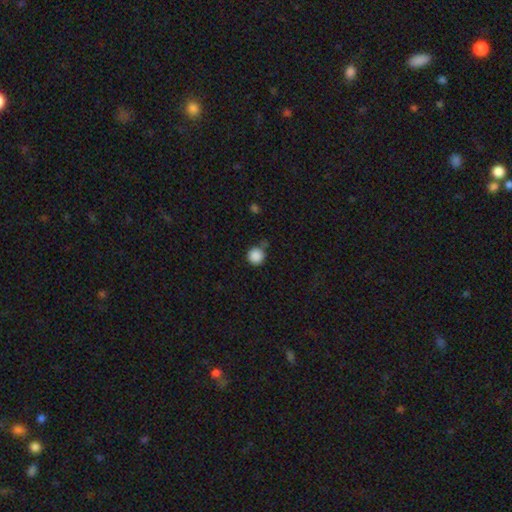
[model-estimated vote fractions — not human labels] Smooth or featured? Predicted: smooth (p=0.87). How rounded? Predicted: round (p=0.94). Merging? Predicted: none (p=0.72).